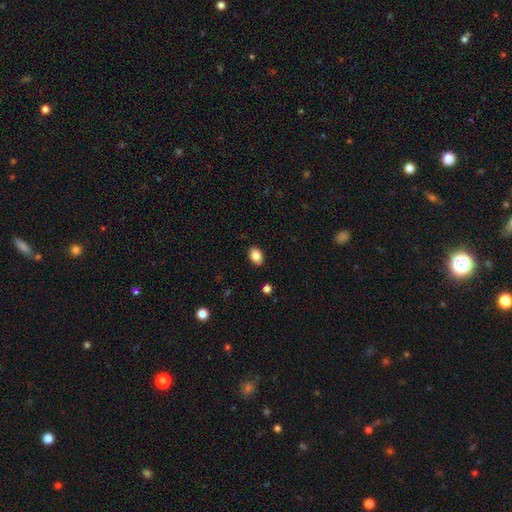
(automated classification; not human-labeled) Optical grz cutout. It shows a smooth galaxy with no disk features (86%) that is in between round and cigar-shaped (78%). Merging: none (88%).